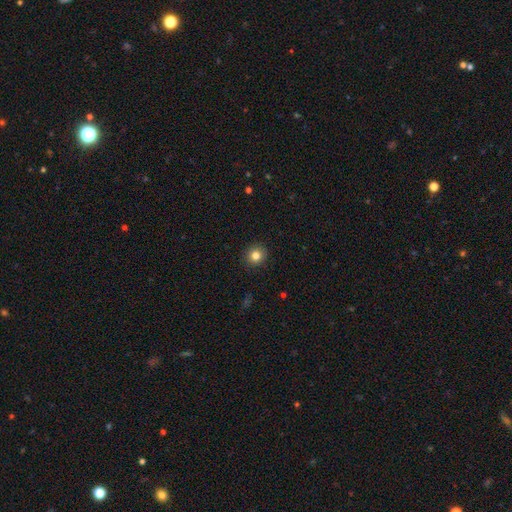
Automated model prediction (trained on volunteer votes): Overall: smooth (82%). How rounded: round (88%). Merging: none (92%).